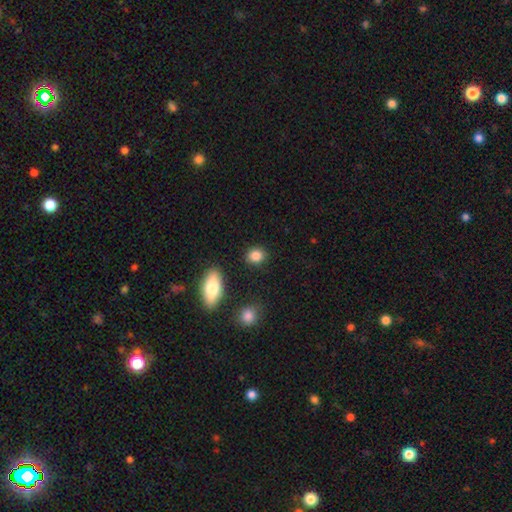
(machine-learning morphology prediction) This appears to be a smooth galaxy with no disk features (86%) that is round (58%). Merging: none (86%).